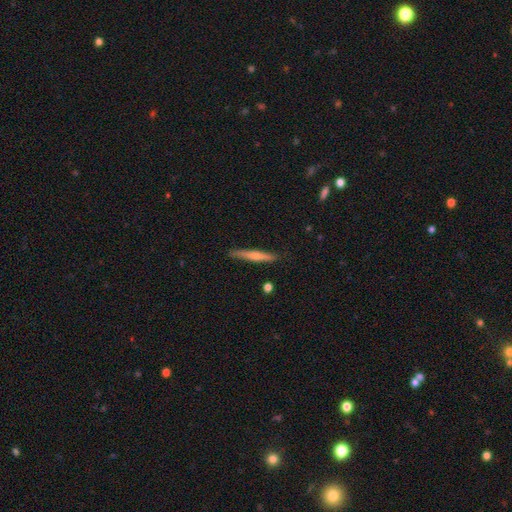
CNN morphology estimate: Smooth or featured? Predicted: smooth (p=0.53). How rounded? Predicted: cigar-shaped (p=0.95). Merging? Predicted: none (p=0.86).